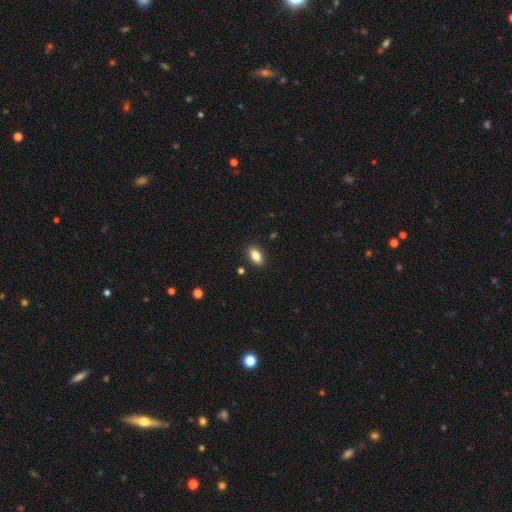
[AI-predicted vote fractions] Smooth or featured?
  - smooth: 83% *
  - featured or disk: 9%
  - star or artifact: 8%
How rounded?
  - in between: 89% *
  - cigar-shaped: 7%
  - round: 5%
Merging?
  - none: 88% *
  - minor disturbance: 8%
  - major disturbance: 2%
  - merger: 2%